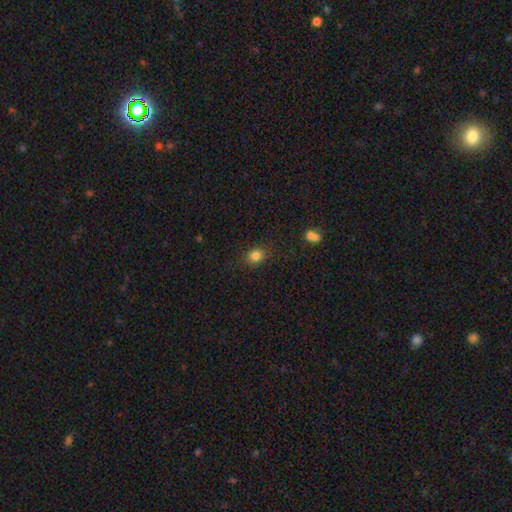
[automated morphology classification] Q: Smooth or featured?
A: smooth (83%); runner-up: star or artifact (12%)
Q: How rounded?
A: round (56%); runner-up: in between (43%)
Q: Merging?
A: none (85%); runner-up: minor disturbance (11%)